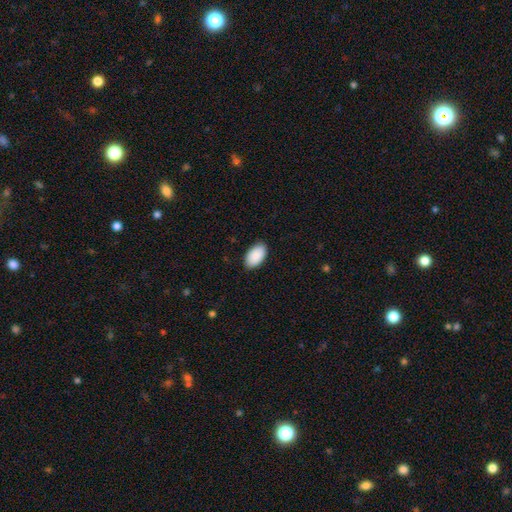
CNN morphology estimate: Overall: smooth (91%). How rounded: in between (96%). Merging: none (88%).